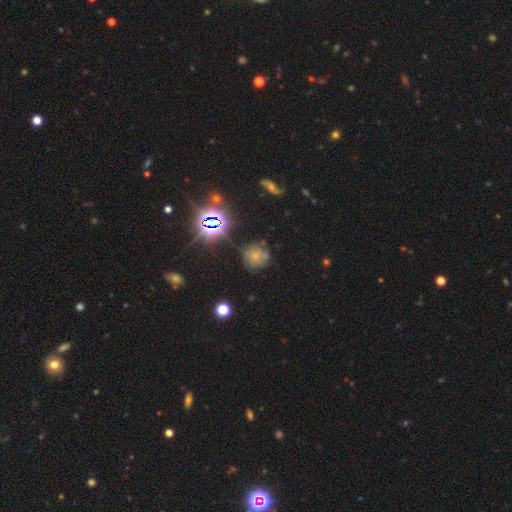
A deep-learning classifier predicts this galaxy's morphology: This is possibly a smooth galaxy (53%). How rounded: clearly round (87%). Merging: likely none (67%).